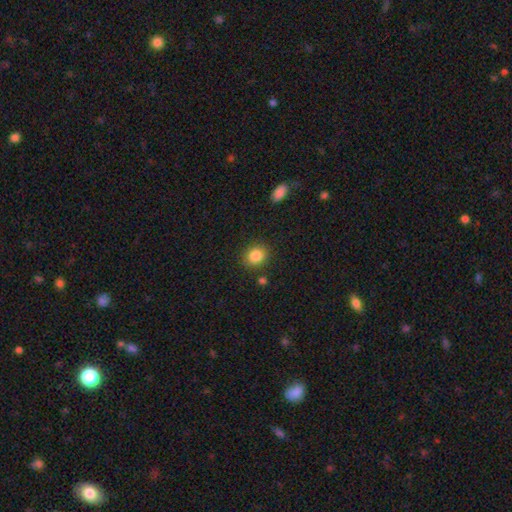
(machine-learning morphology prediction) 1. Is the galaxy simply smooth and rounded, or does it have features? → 86% smooth, 9% star or artifact, 5% featured or disk.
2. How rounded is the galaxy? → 62% round, 37% in between, 1% cigar-shaped.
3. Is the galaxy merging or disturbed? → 86% none, 9% minor disturbance, 3% major disturbance, 3% merger.